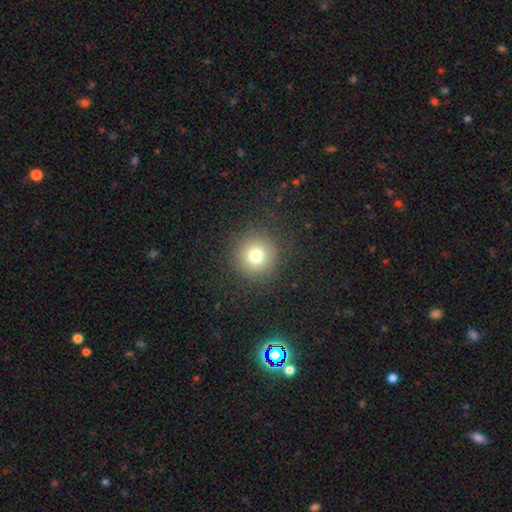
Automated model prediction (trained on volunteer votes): This appears to be a smooth galaxy with no disk features (75%) that is round (95%). Merging: none (89%).